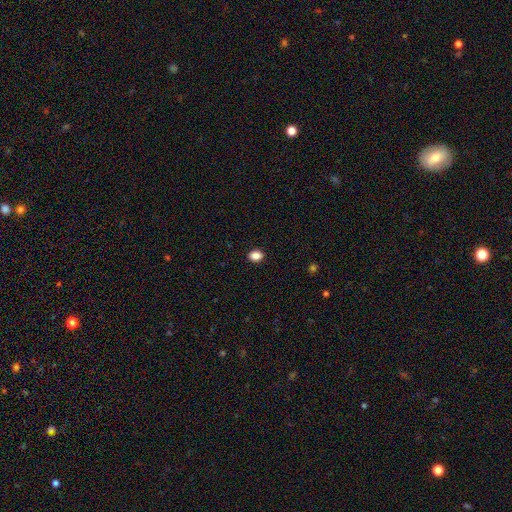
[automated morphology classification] Q: Smooth or featured?
A: smooth (87%); runner-up: star or artifact (10%)
Q: How rounded?
A: in between (57%); runner-up: round (42%)
Q: Merging?
A: none (91%); runner-up: minor disturbance (6%)